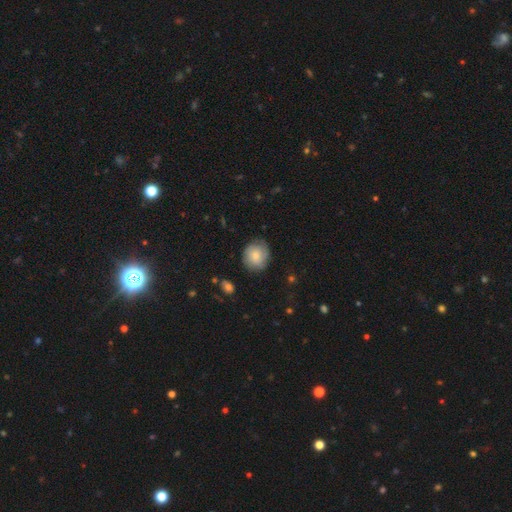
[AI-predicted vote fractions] Smooth or featured?
  - smooth: 71% *
  - featured or disk: 22%
  - star or artifact: 7%
How rounded?
  - round: 81% *
  - in between: 18%
  - cigar-shaped: 1%
Merging?
  - none: 76% *
  - minor disturbance: 18%
  - major disturbance: 4%
  - merger: 1%